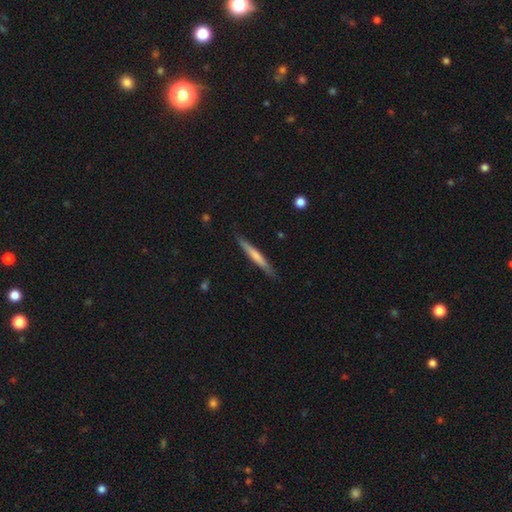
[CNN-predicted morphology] Smooth or featured? Predicted: smooth (p=0.58). How rounded? Predicted: cigar-shaped (p=0.95). Merging? Predicted: none (p=0.86).